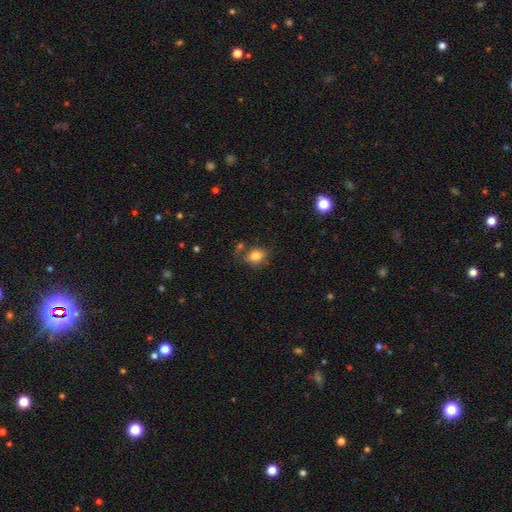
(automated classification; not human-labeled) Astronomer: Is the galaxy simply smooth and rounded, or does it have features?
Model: smooth — 80%.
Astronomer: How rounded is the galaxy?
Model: in between — 62%.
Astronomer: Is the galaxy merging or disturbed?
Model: none — 65%.